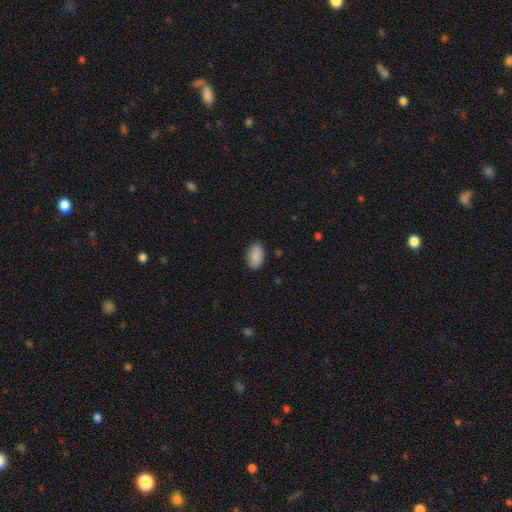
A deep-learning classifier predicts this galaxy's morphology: smooth 89%, star or artifact 6%, featured or disk 5%. Down the decision tree: how rounded — in between (93%); merging — none (86%).